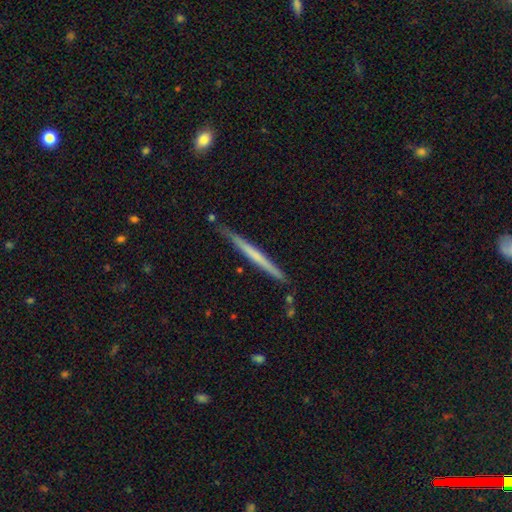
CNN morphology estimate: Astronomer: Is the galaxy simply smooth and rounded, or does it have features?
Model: featured or disk — 51% (runner-up: smooth, 44%).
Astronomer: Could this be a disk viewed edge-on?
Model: yes — 97%.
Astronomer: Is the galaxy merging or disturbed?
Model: none — 84%.